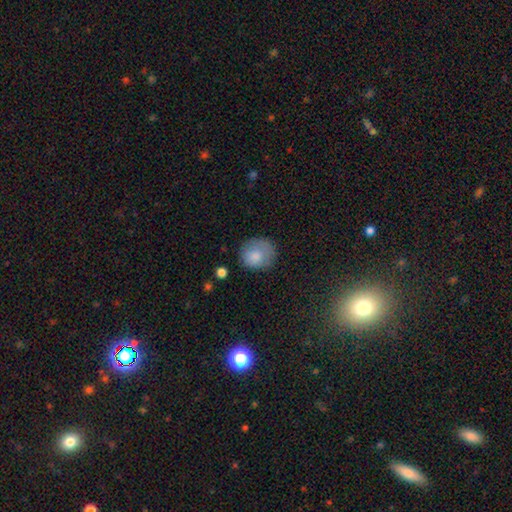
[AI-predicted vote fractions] Smooth or featured? smooth (81%)
How rounded? round (80%)
Merging? none (67%)